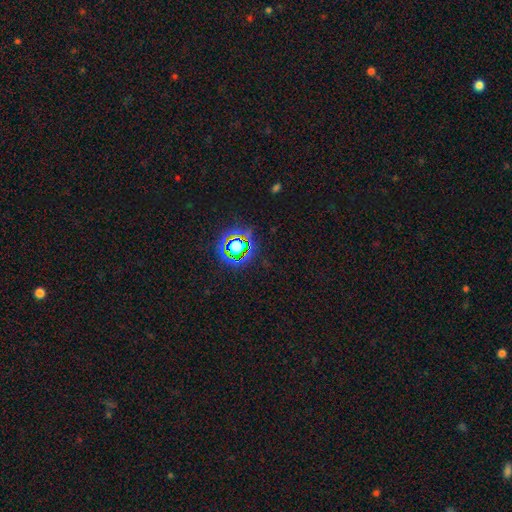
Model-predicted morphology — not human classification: Smooth or featured? star or artifact (77%)